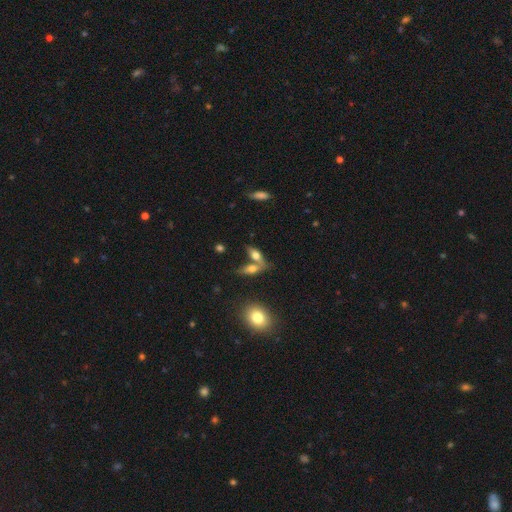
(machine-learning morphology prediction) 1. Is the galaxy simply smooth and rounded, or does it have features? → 59% smooth, 31% featured or disk, 10% star or artifact.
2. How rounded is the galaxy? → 65% in between, 28% cigar-shaped, 6% round.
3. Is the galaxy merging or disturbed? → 43% merger (tied), 43% none (tied), 10% minor disturbance, 5% major disturbance.